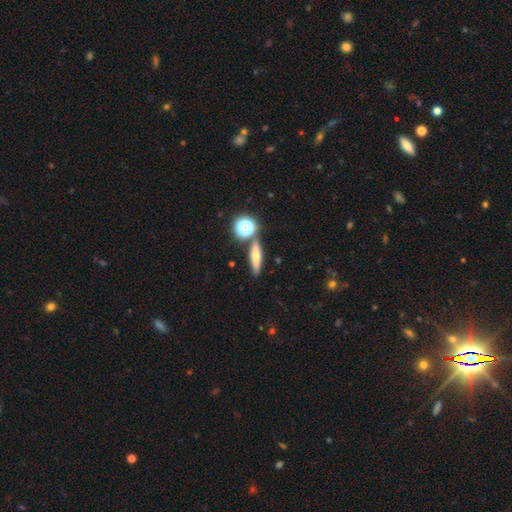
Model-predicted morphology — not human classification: Q: Smooth or featured?
A: smooth (59%); runner-up: featured or disk (25%)
Q: How rounded?
A: cigar-shaped (60%); runner-up: in between (25%)
Q: Merging?
A: none (78%); runner-up: minor disturbance (10%)